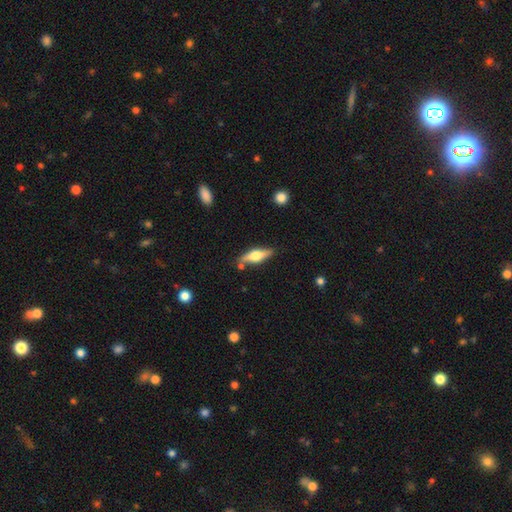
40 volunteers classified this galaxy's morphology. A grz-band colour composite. It shows a featured or disk galaxy (55%) viewed edge-on (95%) with a rounded central bulge (95%). Merging: none (90%).